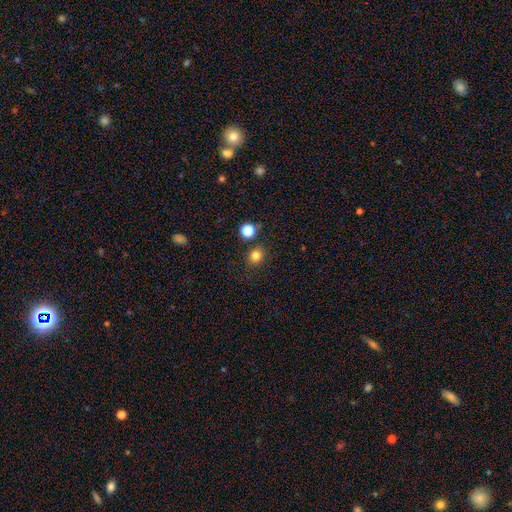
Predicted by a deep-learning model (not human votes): Smooth or featured?
  - smooth: 80% *
  - star or artifact: 15%
  - featured or disk: 6%
How rounded?
  - round: 80% *
  - in between: 19%
  - cigar-shaped: 1%
Merging?
  - none: 83% *
  - minor disturbance: 8%
  - merger: 5%
  - major disturbance: 3%